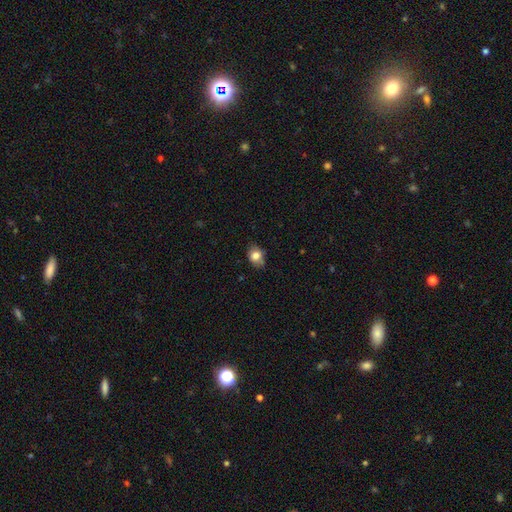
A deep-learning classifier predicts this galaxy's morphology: type=smooth (78%); roundness=in between (57%); merging=none (70%).